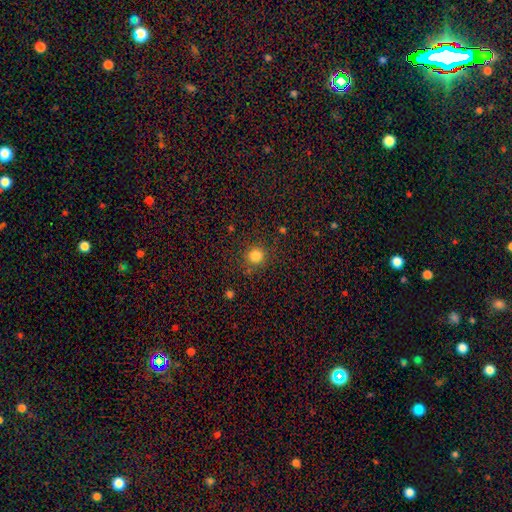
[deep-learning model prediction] A smooth galaxy with no disk features (83%) that is round (94%).

Vote fractions:
- Smooth or featured? smooth: 83% / star or artifact: 13% / featured or disk: 4%
- How rounded? round: 94% / in between: 5% / cigar-shaped: 1%
- Merging? none: 87% / minor disturbance: 8% / major disturbance: 3% / merger: 2%